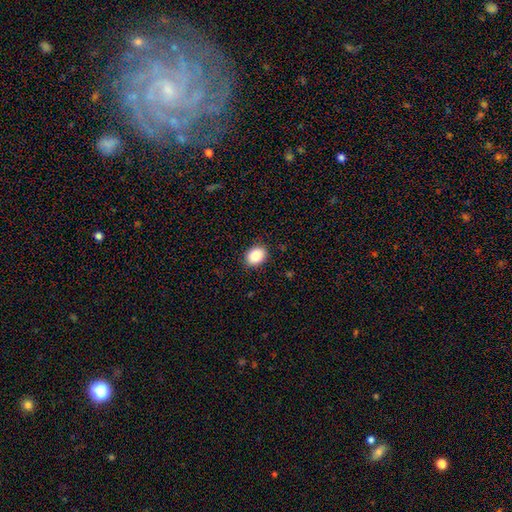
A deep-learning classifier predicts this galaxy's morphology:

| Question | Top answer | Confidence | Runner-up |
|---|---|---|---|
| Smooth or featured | smooth | 87% | star or artifact (8%) |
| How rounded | in between | 61% | round (38%) |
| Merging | none | 89% | minor disturbance (8%) |